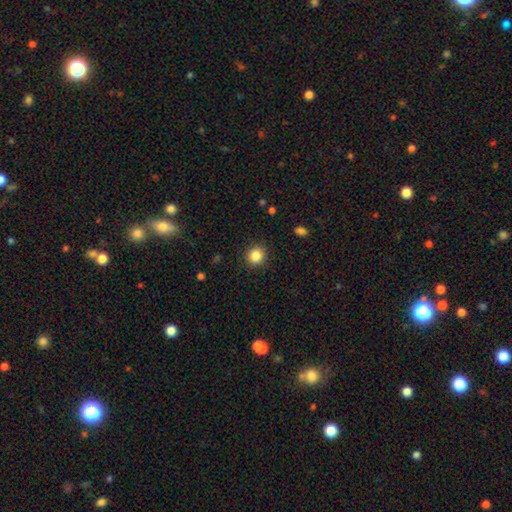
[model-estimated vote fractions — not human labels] Smooth or featured?
  - smooth: 85% *
  - star or artifact: 10%
  - featured or disk: 5%
How rounded?
  - round: 88% *
  - in between: 11%
  - cigar-shaped: 1%
Merging?
  - none: 90% *
  - minor disturbance: 7%
  - major disturbance: 2%
  - merger: 1%